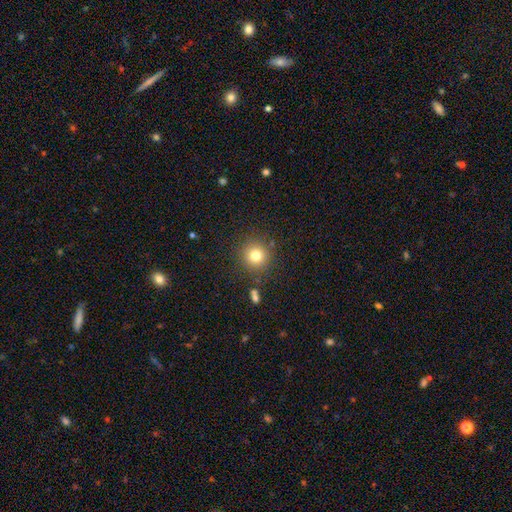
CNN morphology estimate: Overall: smooth (78%). How rounded: round (93%). Merging: none (86%).